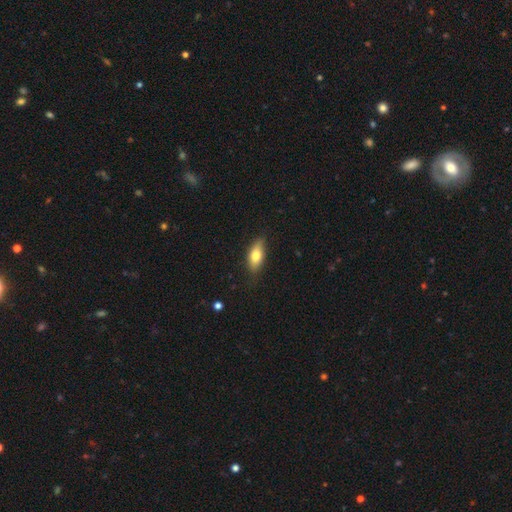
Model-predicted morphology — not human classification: This is likely a smooth galaxy (73%). How rounded: likely in between (80%). Merging: clearly none (80%).